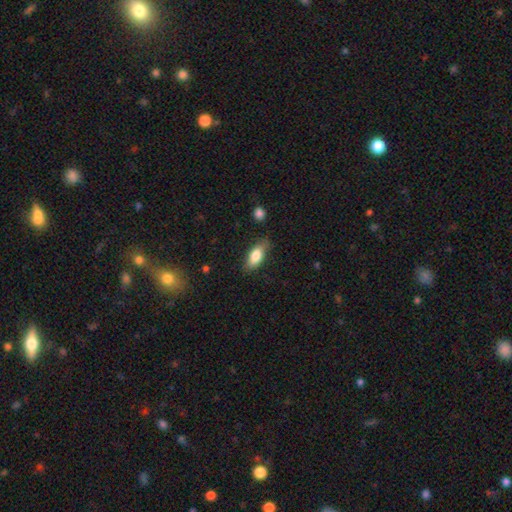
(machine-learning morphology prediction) Smooth or featured? Predicted: smooth (p=0.79). How rounded? Predicted: in between (p=0.81). Merging? Predicted: none (p=0.76).